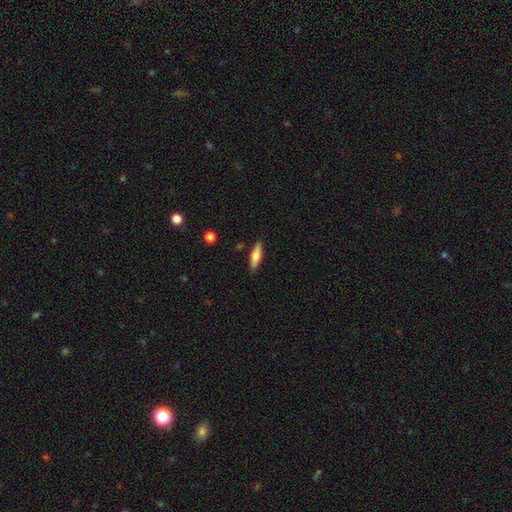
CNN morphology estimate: A smooth galaxy with no disk features (68%) that is cigar-shaped (57%).

Vote fractions:
- Smooth or featured? smooth: 68% / featured or disk: 25% / star or artifact: 6%
- How rounded? cigar-shaped: 57% / in between: 41% / round: 2%
- Merging? none: 87% / minor disturbance: 9% / major disturbance: 2% / merger: 2%